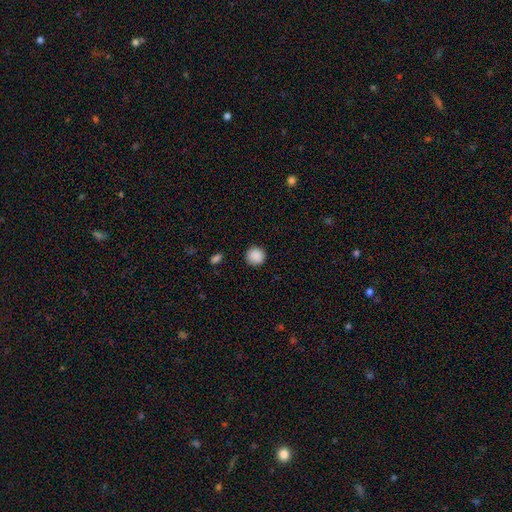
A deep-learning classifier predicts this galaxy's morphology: This appears to be a smooth galaxy with no disk features (89%) that is round (94%). Merging: none (91%).